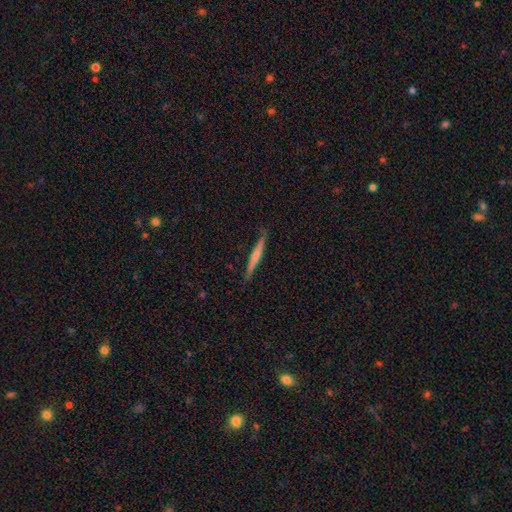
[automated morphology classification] This is possibly a featured or disk galaxy (49%). Merging: clearly none (85%).